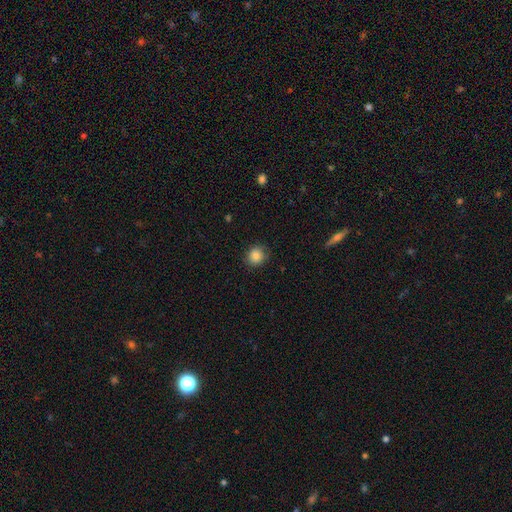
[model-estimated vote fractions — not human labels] Overall: smooth (86%). How rounded: round (84%). Merging: none (85%).